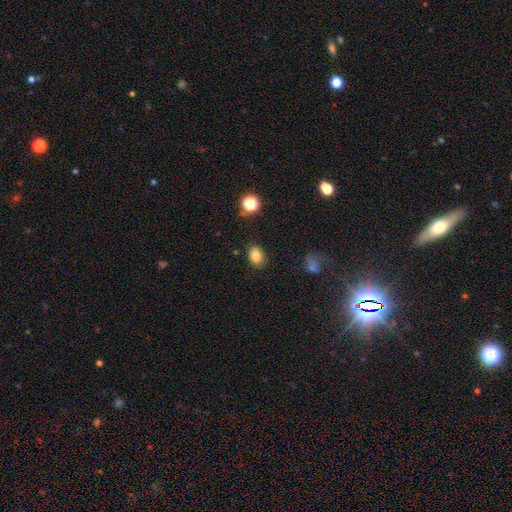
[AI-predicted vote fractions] smooth_or_featured: smooth (p=0.84) [alt: star or artifact p=0.10]
how_rounded: in between (p=0.82) [alt: round p=0.17]
merging: none (p=0.82) [alt: minor disturbance p=0.13]